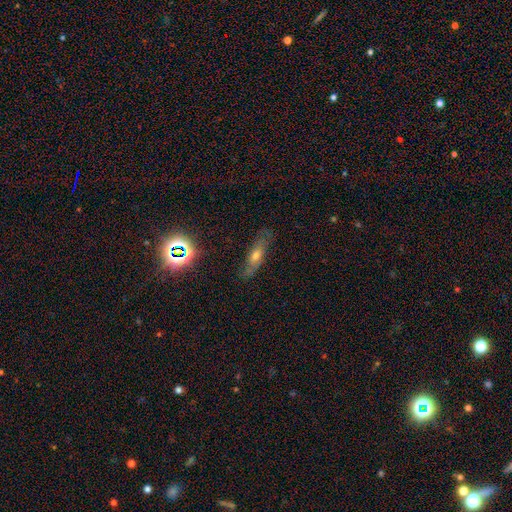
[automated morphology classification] A smooth galaxy with no disk features (47%). Merging: none (75%).